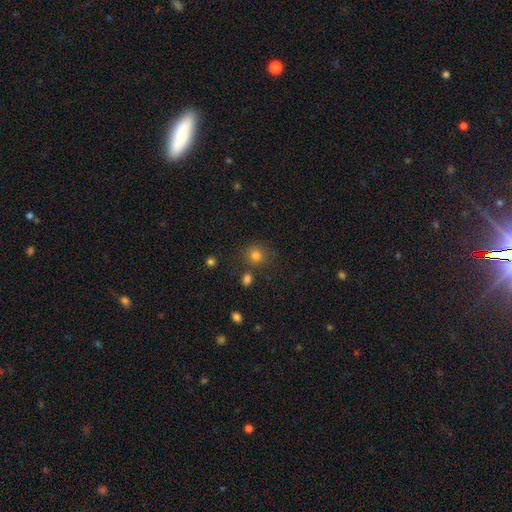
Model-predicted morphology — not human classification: A smooth galaxy with no disk features (80%) that is round (85%).

Vote fractions:
- Smooth or featured? smooth: 80% / star or artifact: 14% / featured or disk: 6%
- How rounded? round: 85% / in between: 14% / cigar-shaped: 1%
- Merging? none: 76% / minor disturbance: 11% / merger: 9% / major disturbance: 4%